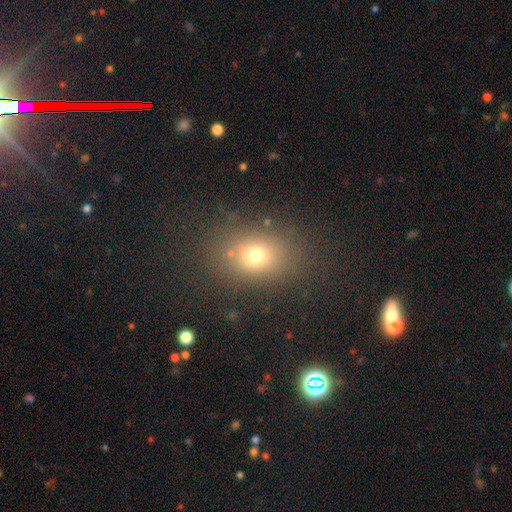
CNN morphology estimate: Smooth or featured: smooth — 69% (star or artifact — 19%)
How rounded: in between — 58% (round — 41%)
Merging: none — 78% (minor disturbance — 12%)